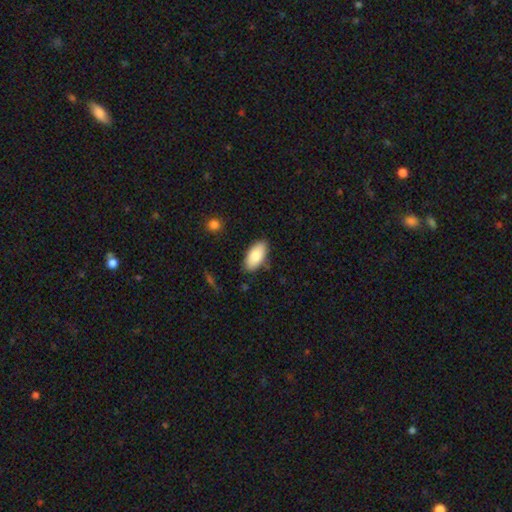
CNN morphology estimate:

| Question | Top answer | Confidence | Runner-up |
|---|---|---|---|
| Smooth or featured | smooth | 82% | featured or disk (12%) |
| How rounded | in between | 94% | cigar-shaped (4%) |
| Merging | none | 84% | minor disturbance (11%) |